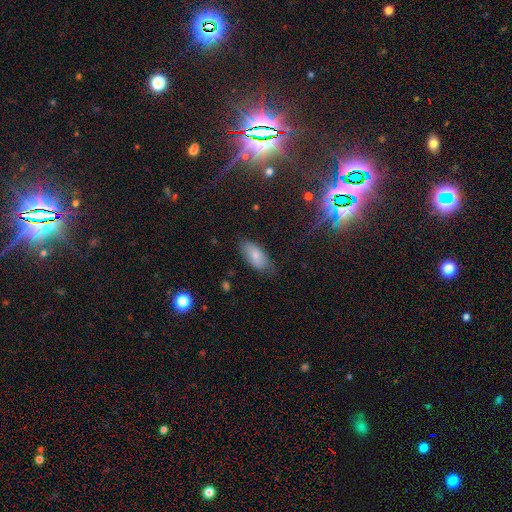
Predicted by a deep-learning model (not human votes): This appears to be a smooth galaxy with no disk features (75%) that is in between round and cigar-shaped (91%). Merging: none (74%).